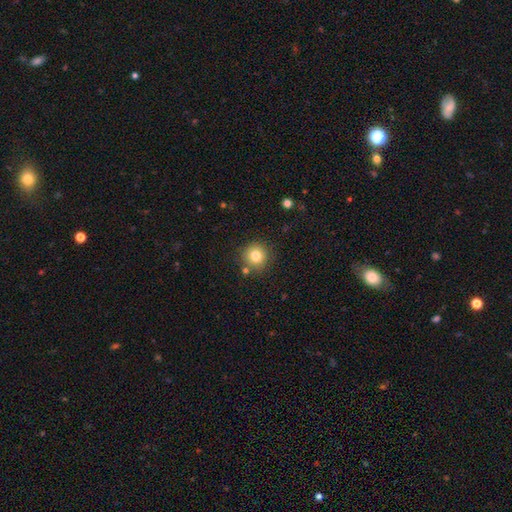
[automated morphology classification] This appears to be a smooth galaxy with no disk features (79%) that is round (94%). Merging: none (82%).